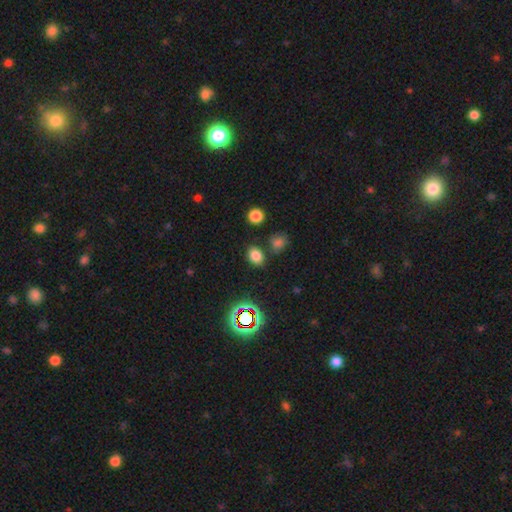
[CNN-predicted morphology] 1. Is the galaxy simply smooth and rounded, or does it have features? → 76% smooth, 17% star or artifact, 6% featured or disk.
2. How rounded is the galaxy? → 60% in between, 38% round, 1% cigar-shaped.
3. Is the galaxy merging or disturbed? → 79% none, 11% minor disturbance, 7% merger, 3% major disturbance.